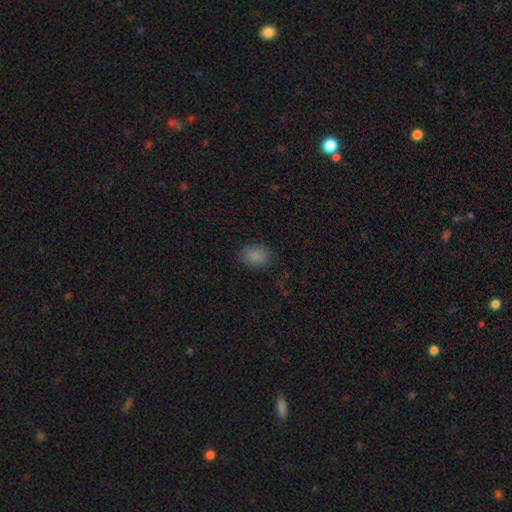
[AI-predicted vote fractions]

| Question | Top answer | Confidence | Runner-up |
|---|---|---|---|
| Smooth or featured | smooth | 85% | star or artifact (11%) |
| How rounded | in between | 60% | round (39%) |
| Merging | none | 82% | minor disturbance (14%) |